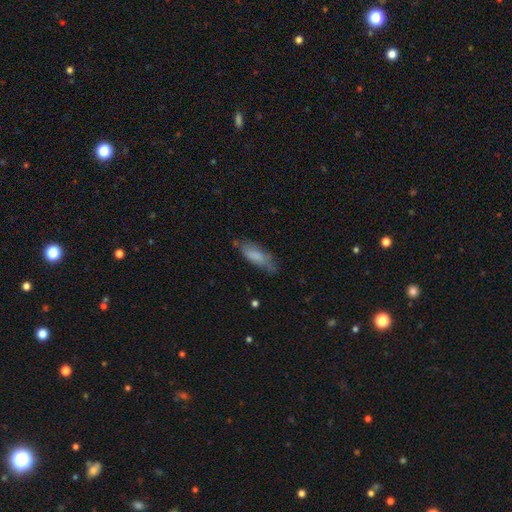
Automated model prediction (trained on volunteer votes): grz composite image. It shows a smooth galaxy with no disk features (73%) that is in between round and cigar-shaped (61%). Merging: none (58%).